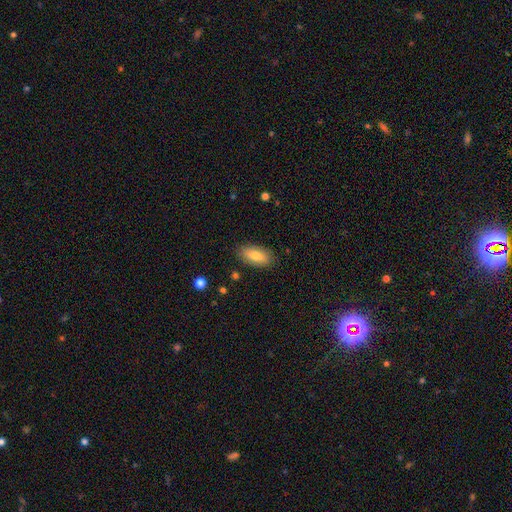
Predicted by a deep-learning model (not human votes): smooth_or_featured: smooth (p=0.79) [alt: featured or disk p=0.15]
how_rounded: in between (p=0.85) [alt: cigar-shaped p=0.13]
merging: none (p=0.86) [alt: minor disturbance p=0.10]